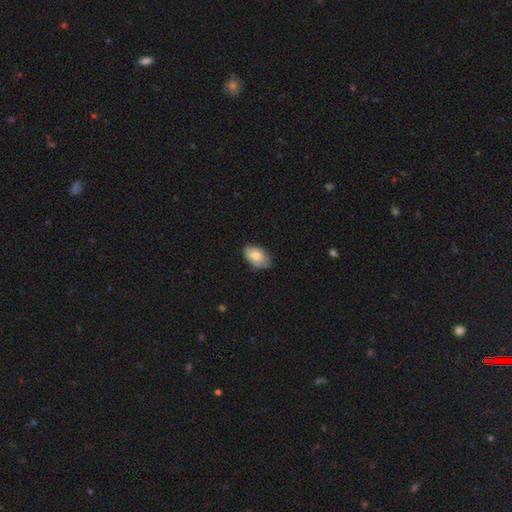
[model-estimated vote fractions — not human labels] The model was most divided on "merging": none: 71%, minor disturbance: 24%, major disturbance: 3%, merger: 1%. More confident: how rounded — in between (92%); smooth or featured — smooth (75%).